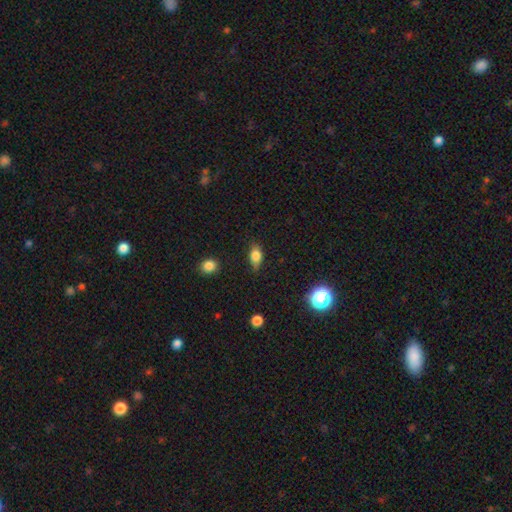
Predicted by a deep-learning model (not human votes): smooth 78%, featured or disk 11%, star or artifact 10%. Down the decision tree: how rounded — in between (79%); merging — none (73%).